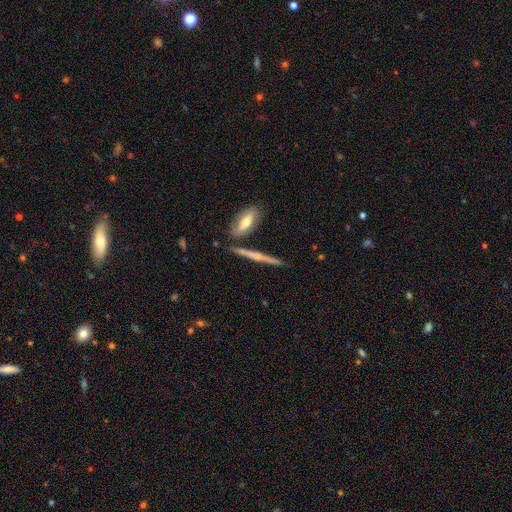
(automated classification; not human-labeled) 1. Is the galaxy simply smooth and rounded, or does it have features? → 62% featured or disk, 30% smooth, 7% star or artifact.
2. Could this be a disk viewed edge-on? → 95% yes, 5% no.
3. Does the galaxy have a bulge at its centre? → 71% rounded, 21% none, 7% boxy.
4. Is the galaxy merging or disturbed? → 79% none, 10% minor disturbance, 9% merger, 2% major disturbance.